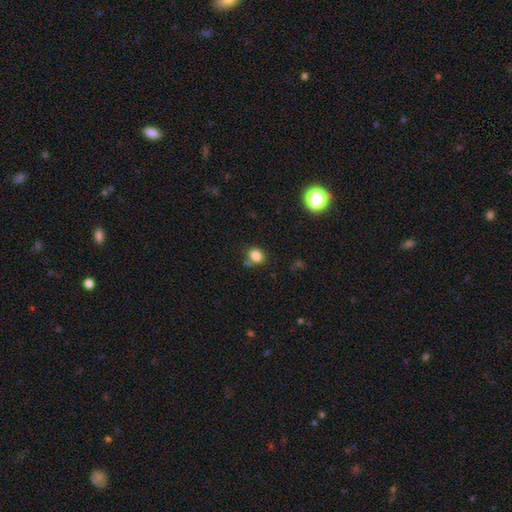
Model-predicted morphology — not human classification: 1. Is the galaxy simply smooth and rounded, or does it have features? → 83% smooth, 12% star or artifact, 5% featured or disk.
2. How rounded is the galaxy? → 55% round, 44% in between, 1% cigar-shaped.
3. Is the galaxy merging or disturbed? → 68% none, 16% minor disturbance, 11% merger, 5% major disturbance.